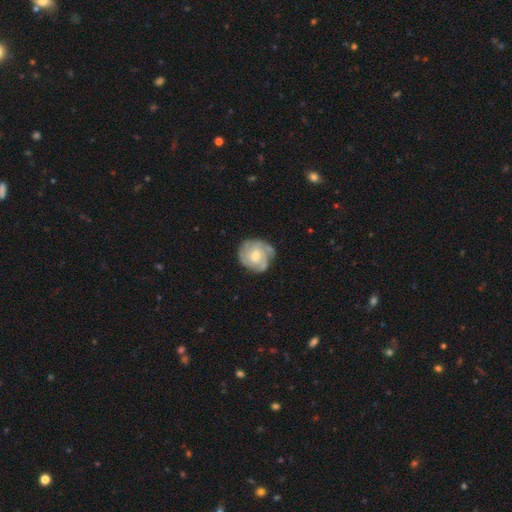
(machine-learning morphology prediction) Smooth or featured: featured or disk — 71% (smooth — 23%)
Edge-on disk: no — 98% (yes — 2%)
Bar: no — 70% (weak — 26%)
Spiral arms: yes — 87% (no — 13%)
Spiral winding: tight — 60% (medium — 31%)
Spiral arm count: can't tell — 36% (3 — 26%)
Bulge size: moderate — 52% (small — 40%)
Merging: none — 68% (minor disturbance — 22%)